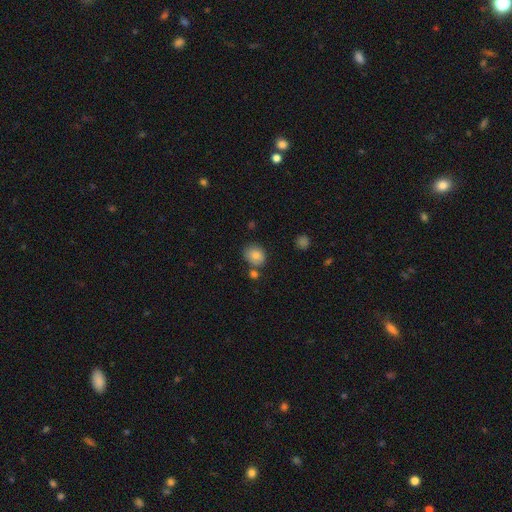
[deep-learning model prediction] Smooth or featured? Predicted: smooth (p=0.81). How rounded? Predicted: round (p=0.68). Merging? Predicted: none (p=0.70).